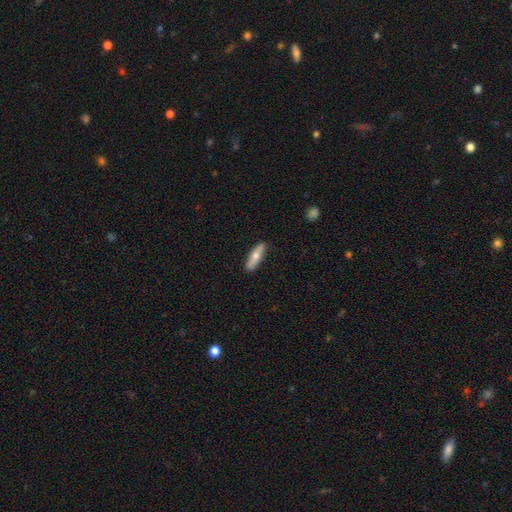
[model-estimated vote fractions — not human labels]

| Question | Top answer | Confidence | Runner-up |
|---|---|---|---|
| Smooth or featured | smooth | 64% | featured or disk (31%) |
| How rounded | cigar-shaped | 68% | in between (30%) |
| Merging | none | 88% | minor disturbance (9%) |